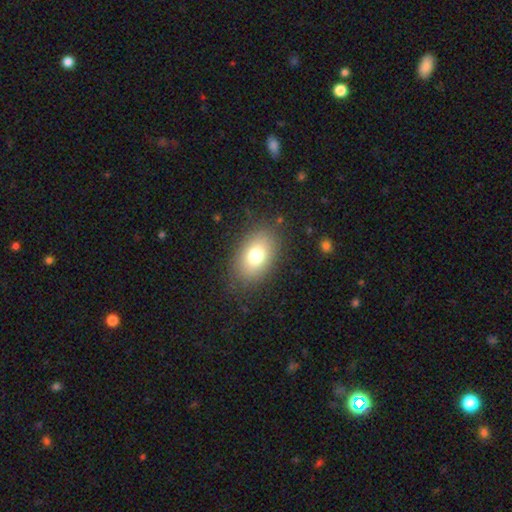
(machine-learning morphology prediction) smooth-or-featured: smooth: 76% | featured or disk: 14% | star or artifact: 10%
  how-rounded: in between: 84% | round: 14% | cigar-shaped: 1%
  merging: none: 83% | minor disturbance: 11% | major disturbance: 5% | merger: 1%